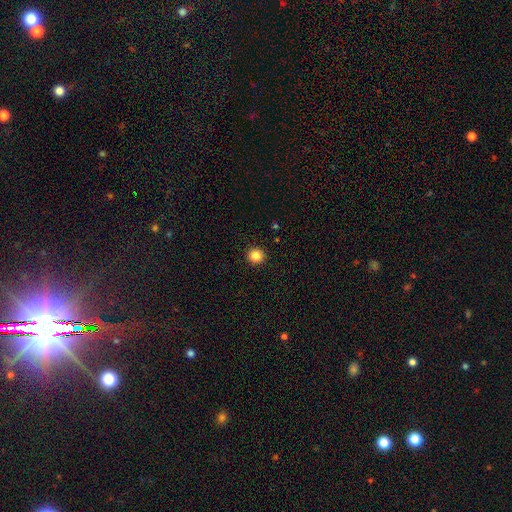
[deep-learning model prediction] This appears to be a smooth galaxy with no disk features (86%) that is round (93%). Merging: none (93%).